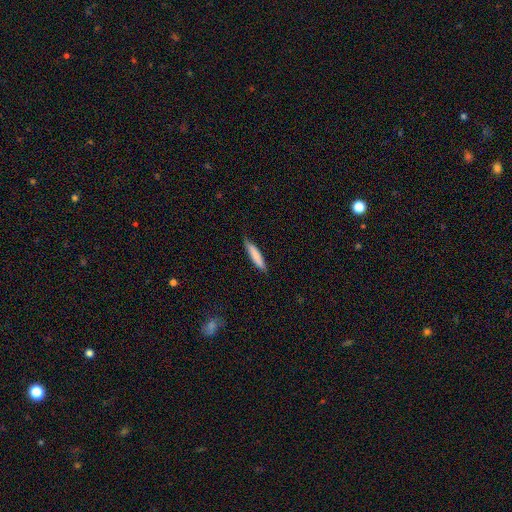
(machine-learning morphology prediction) This appears to be a smooth galaxy with no disk features (81%) that is cigar-shaped (88%). Merging: none (81%).